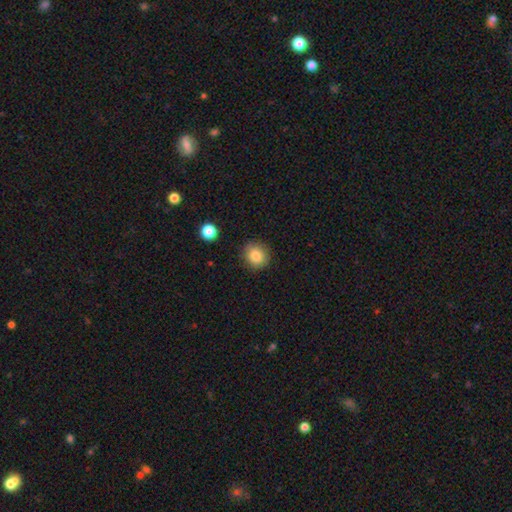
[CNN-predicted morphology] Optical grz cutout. It shows a smooth galaxy with no disk features (84%) that is round (82%). Merging: none (88%).